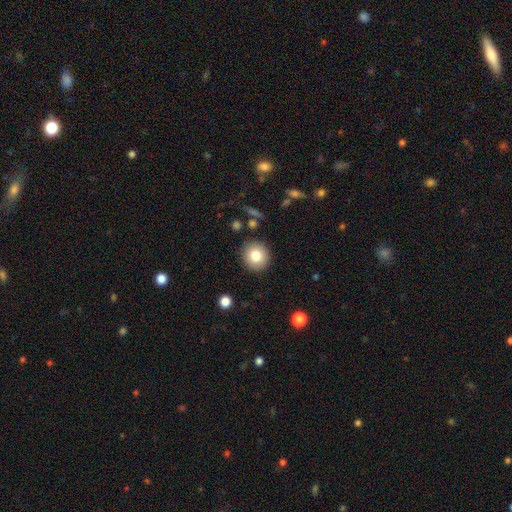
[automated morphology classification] type=smooth (82%); roundness=round (90%); merging=none (89%).